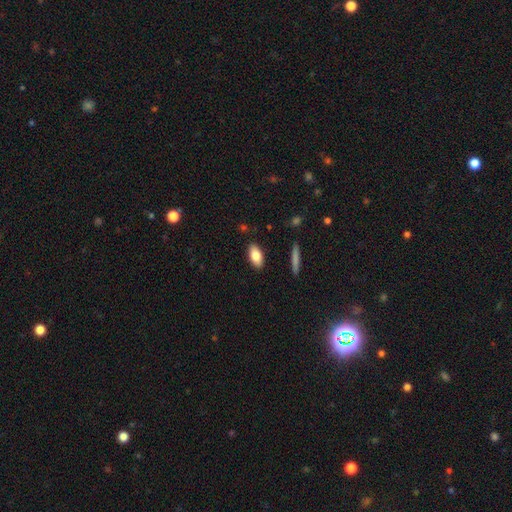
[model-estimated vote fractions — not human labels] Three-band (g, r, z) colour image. It shows a smooth galaxy with no disk features (82%) that is in between round and cigar-shaped (89%). Merging: none (87%).